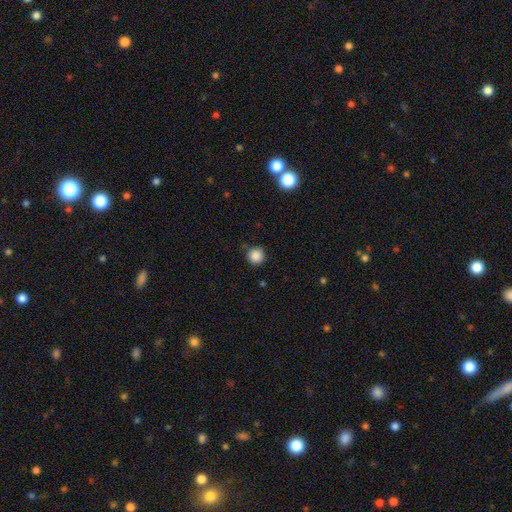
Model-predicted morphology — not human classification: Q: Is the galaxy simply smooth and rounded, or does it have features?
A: smooth — 87%.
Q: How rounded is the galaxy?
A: round — 94%.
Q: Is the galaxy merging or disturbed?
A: none — 87%.